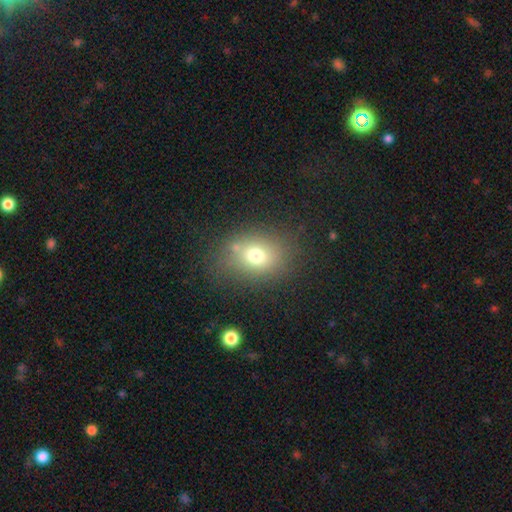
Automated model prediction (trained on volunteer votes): A smooth galaxy with no disk features (71%) that is in between round and cigar-shaped (50%). Merging: none (76%).